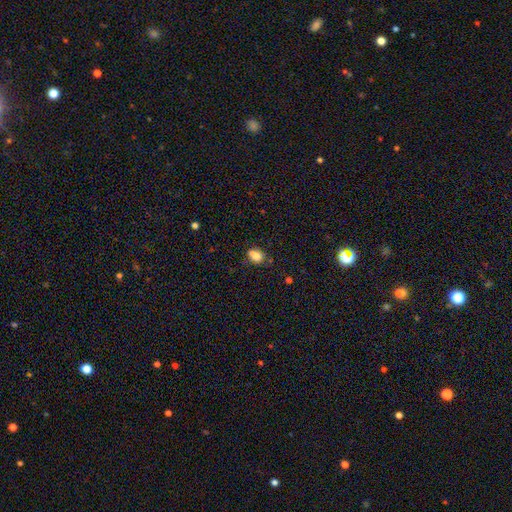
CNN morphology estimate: smooth 79%, star or artifact 12%, featured or disk 10%. Down the decision tree: how rounded — in between (60%); merging — none (52%).